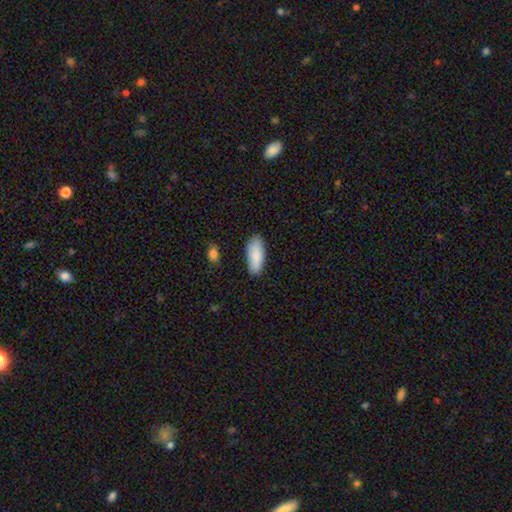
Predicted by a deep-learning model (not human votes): smooth_or_featured: smooth (p=0.87) [alt: featured or disk p=0.07]
how_rounded: in between (p=0.84) [alt: cigar-shaped p=0.14]
merging: none (p=0.83) [alt: minor disturbance p=0.12]